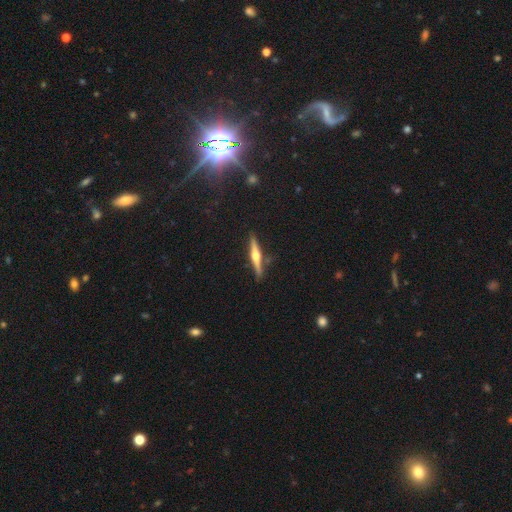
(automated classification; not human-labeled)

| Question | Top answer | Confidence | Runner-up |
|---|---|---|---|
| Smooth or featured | featured or disk | 71% | smooth (23%) |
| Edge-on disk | yes | 98% | no (2%) |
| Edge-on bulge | rounded | 93% | none (3%) |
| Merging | none | 86% | minor disturbance (9%) |